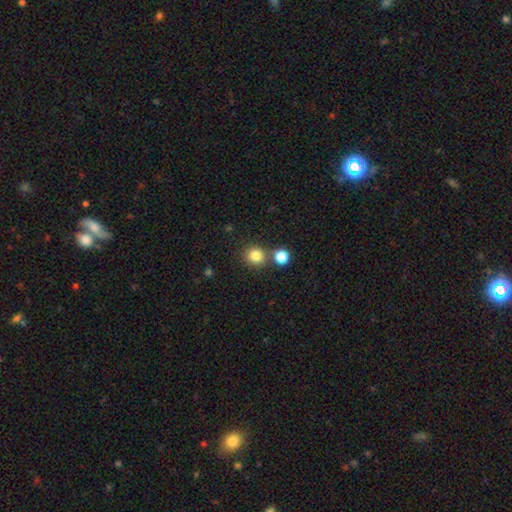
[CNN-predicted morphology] smooth_or_featured: smooth (p=0.83) [alt: star or artifact p=0.12]
how_rounded: round (p=0.86) [alt: in between p=0.13]
merging: none (p=0.72) [alt: merger p=0.18]